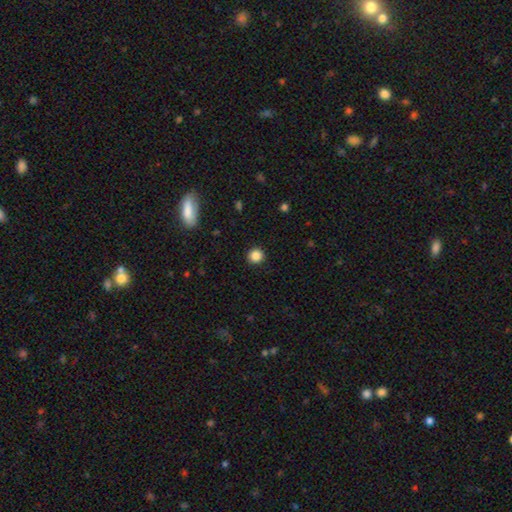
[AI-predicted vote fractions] Morphology: type=smooth (86%); roundness=round (95%); merging=none (93%).